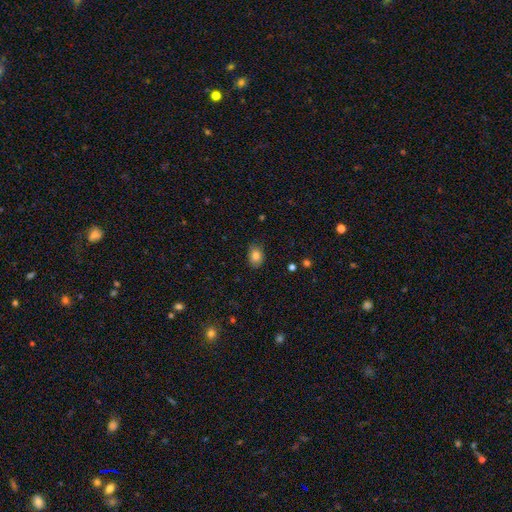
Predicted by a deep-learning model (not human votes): A smooth galaxy with no disk features (84%) that is in between round and cigar-shaped (63%). Merging: none (83%).